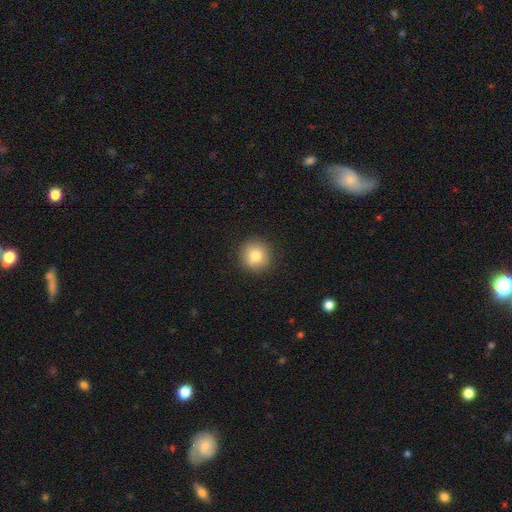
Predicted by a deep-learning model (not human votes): smooth_or_featured: smooth (p=0.80) [alt: star or artifact p=0.10]
how_rounded: round (p=0.93) [alt: in between p=0.06]
merging: none (p=0.91) [alt: minor disturbance p=0.06]